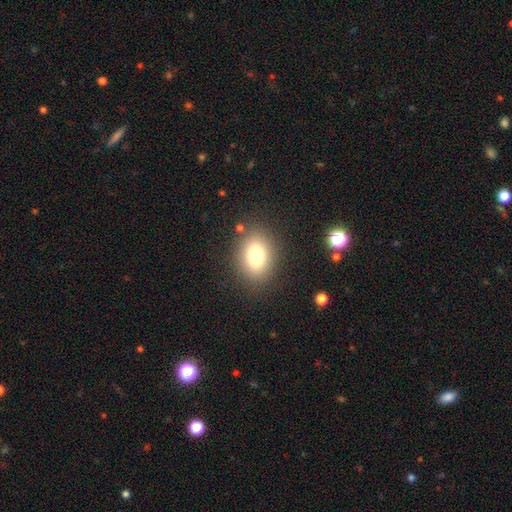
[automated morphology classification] Smooth or featured: smooth — 81% (star or artifact — 10%)
How rounded: in between — 70% (round — 28%)
Merging: none — 84% (minor disturbance — 10%)